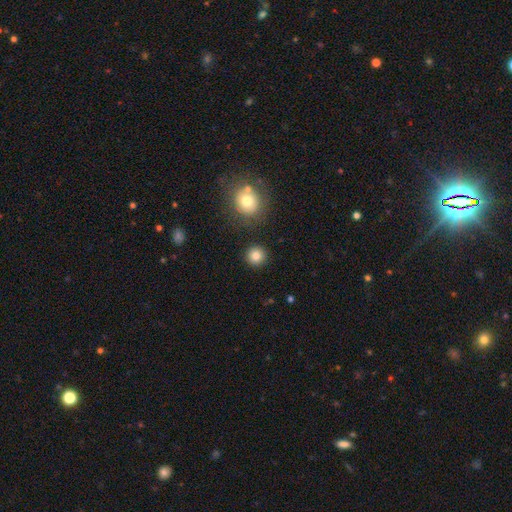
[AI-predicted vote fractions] A smooth galaxy with no disk features (83%) that is round (94%).

Vote fractions:
- Smooth or featured? smooth: 83% / star or artifact: 11% / featured or disk: 6%
- How rounded? round: 94% / in between: 5% / cigar-shaped: 1%
- Merging? none: 90% / minor disturbance: 5% / merger: 3% / major disturbance: 2%